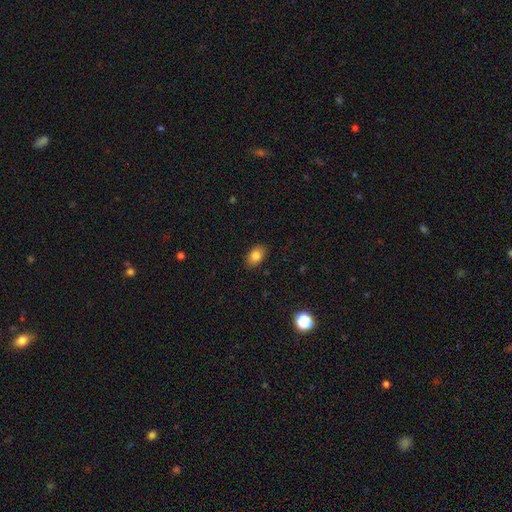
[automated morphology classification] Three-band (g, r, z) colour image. It shows a smooth galaxy with no disk features (84%) that is in between round and cigar-shaped (84%). Merging: none (86%).